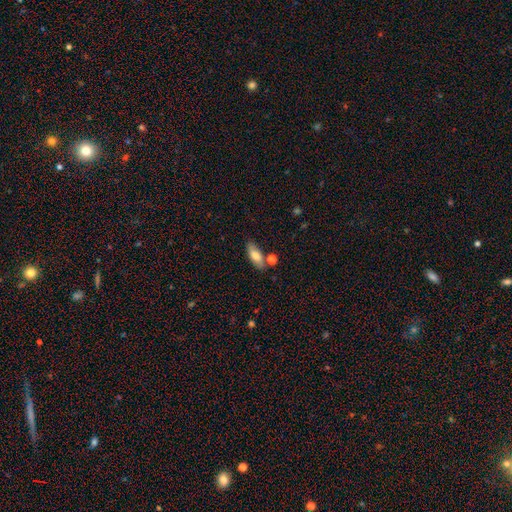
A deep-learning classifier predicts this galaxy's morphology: This is likely a smooth galaxy (76%). How rounded: likely in between (78%). Merging: likely none (73%).